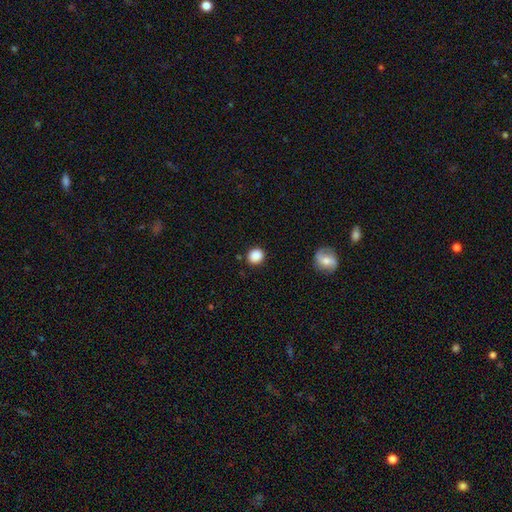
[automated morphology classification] smooth-or-featured: smooth: 88% | star or artifact: 9% | featured or disk: 3%
  how-rounded: round: 86% | in between: 13% | cigar-shaped: 1%
  merging: none: 87% | minor disturbance: 8% | major disturbance: 3% | merger: 2%